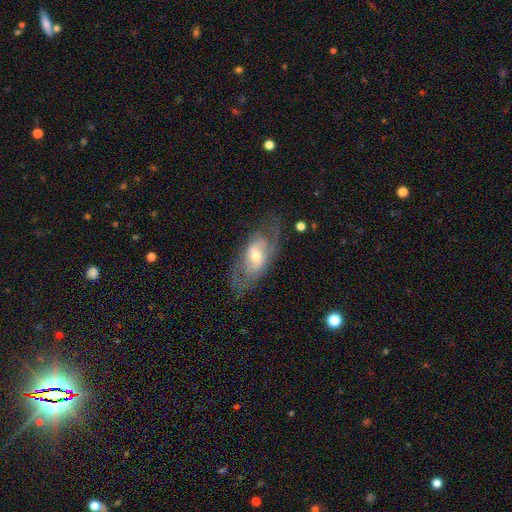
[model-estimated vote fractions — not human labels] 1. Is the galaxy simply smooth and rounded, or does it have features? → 69% featured or disk, 25% smooth, 7% star or artifact.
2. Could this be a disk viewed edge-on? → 89% no, 11% yes.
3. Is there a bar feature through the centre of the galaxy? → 48% no, 38% weak, 14% strong.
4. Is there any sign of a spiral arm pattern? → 76% yes, 24% no.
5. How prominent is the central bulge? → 62% moderate, 29% small, 7% large, 1% none, 1% dominant.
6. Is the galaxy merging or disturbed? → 64% none, 19% minor disturbance, 15% major disturbance, 2% merger.